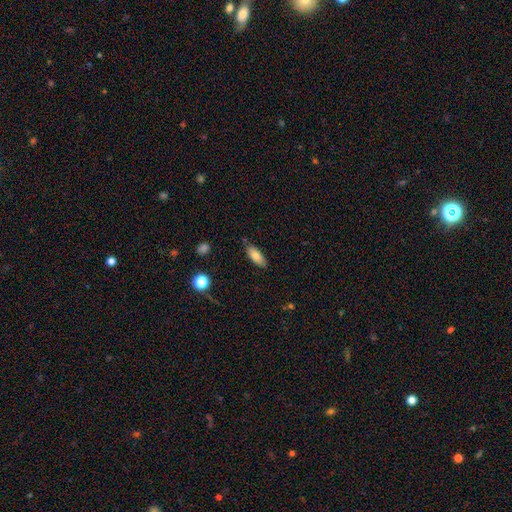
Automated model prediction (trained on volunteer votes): A smooth galaxy with no disk features (80%) that is in between round and cigar-shaped (79%).

Vote fractions:
- Smooth or featured? smooth: 80% / featured or disk: 13% / star or artifact: 8%
- How rounded? in between: 79% / cigar-shaped: 19% / round: 2%
- Merging? none: 83% / minor disturbance: 13% / major disturbance: 3% / merger: 2%